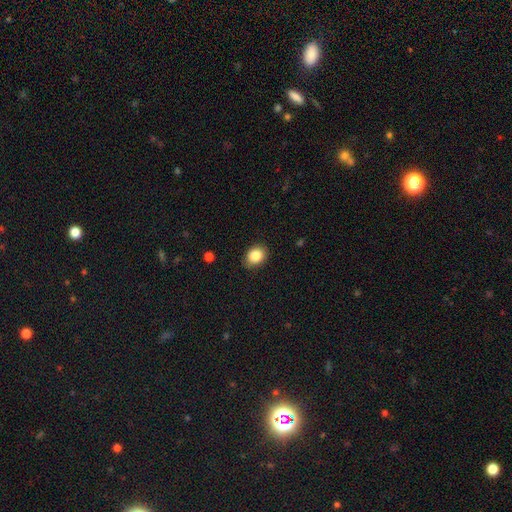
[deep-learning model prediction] A smooth galaxy with no disk features (86%) that is in between round and cigar-shaped (53%).

Vote fractions:
- Smooth or featured? smooth: 86% / star or artifact: 9% / featured or disk: 6%
- How rounded? in between: 53% / round: 46% / cigar-shaped: 1%
- Merging? none: 84% / minor disturbance: 13% / major disturbance: 2% / merger: 1%